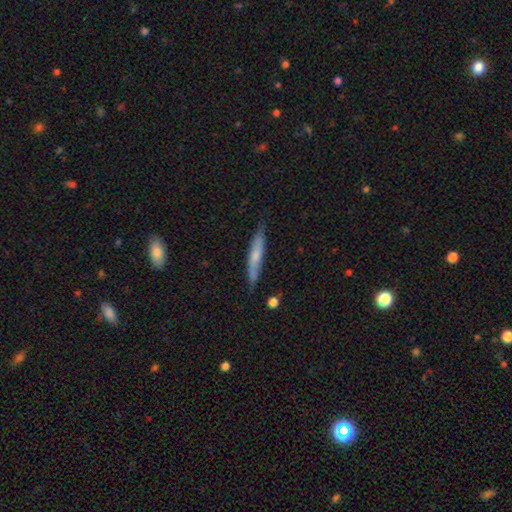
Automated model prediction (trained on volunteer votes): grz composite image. It shows a smooth galaxy with no disk features (56%) that is cigar-shaped (91%). Merging: none (79%).